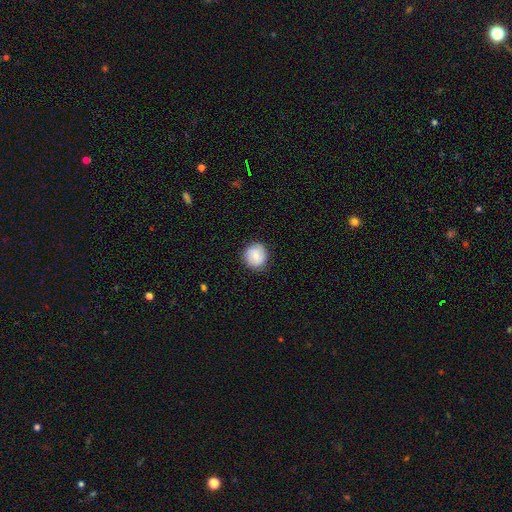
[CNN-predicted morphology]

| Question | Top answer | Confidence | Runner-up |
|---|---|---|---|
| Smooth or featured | smooth | 60% | featured or disk (33%) |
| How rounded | round | 90% | in between (9%) |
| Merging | none | 84% | minor disturbance (12%) |